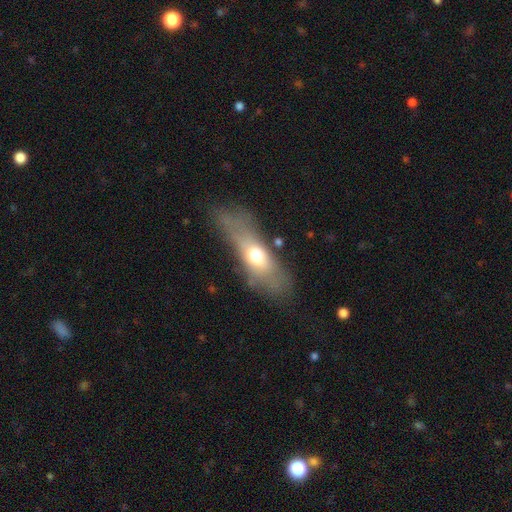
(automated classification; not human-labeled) This is possibly a smooth galaxy (57%). How rounded: possibly in between (55%). Merging: likely none (62%).